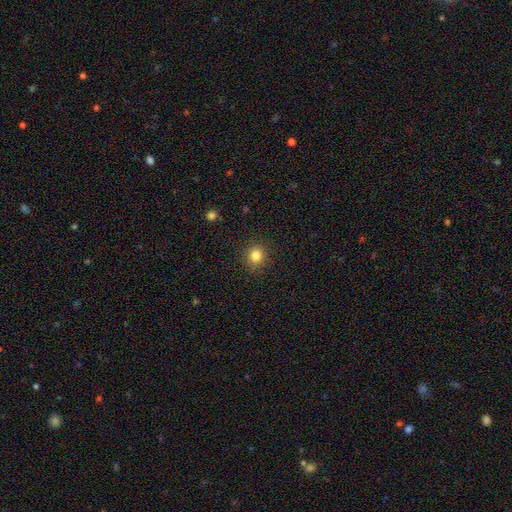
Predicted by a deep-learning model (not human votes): Q: Smooth or featured?
A: smooth (83%); runner-up: star or artifact (12%)
Q: How rounded?
A: round (90%); runner-up: in between (10%)
Q: Merging?
A: none (90%); runner-up: minor disturbance (7%)